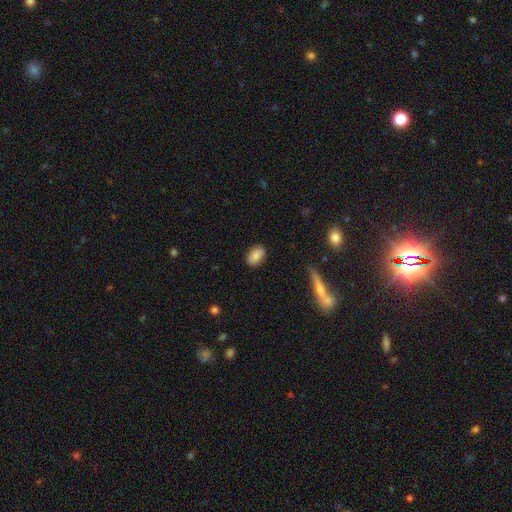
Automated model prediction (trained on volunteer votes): Smooth or featured?
  - smooth: 86% *
  - star or artifact: 7%
  - featured or disk: 6%
How rounded?
  - in between: 90% *
  - round: 8%
  - cigar-shaped: 2%
Merging?
  - none: 86% *
  - minor disturbance: 10%
  - major disturbance: 2%
  - merger: 1%